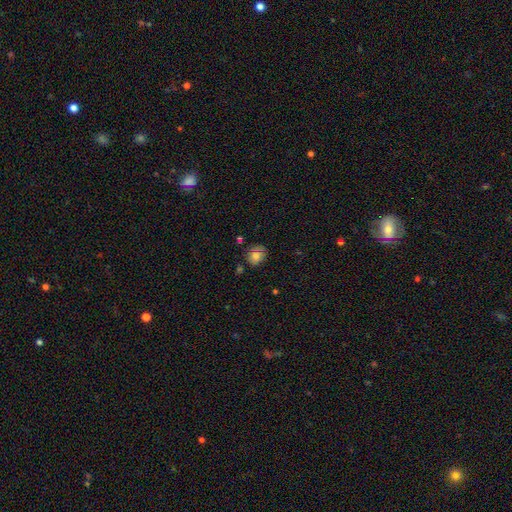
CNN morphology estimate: A smooth galaxy with no disk features (75%) that is round (62%).

Vote fractions:
- Smooth or featured? smooth: 75% / featured or disk: 14% / star or artifact: 11%
- How rounded? round: 62% / in between: 37% / cigar-shaped: 1%
- Merging? none: 64% / minor disturbance: 25% / major disturbance: 7% / merger: 4%